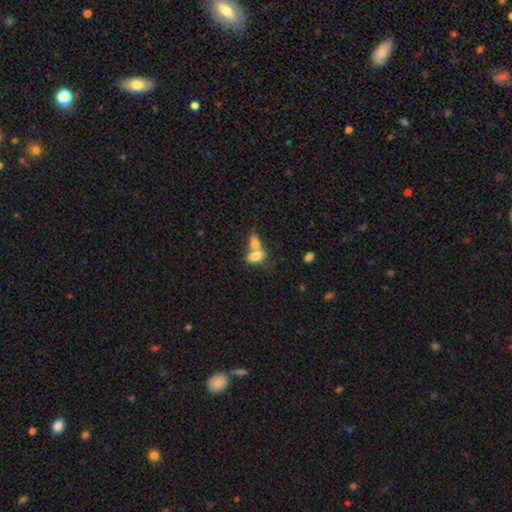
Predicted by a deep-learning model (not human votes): Overall: smooth (78%). How rounded: in between (86%). Merging: merger (65%).